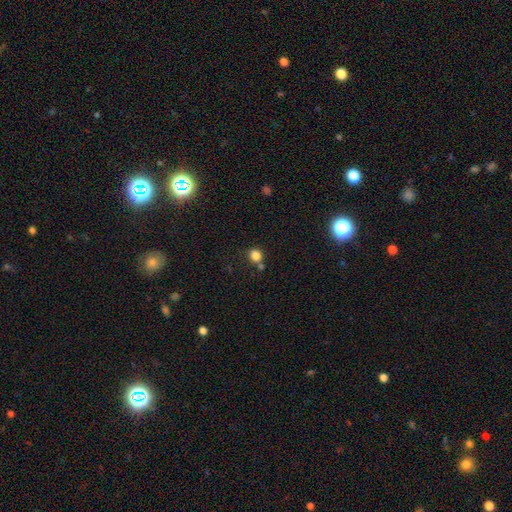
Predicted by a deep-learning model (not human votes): A smooth galaxy with no disk features (82%) that is round (76%).

Vote fractions:
- Smooth or featured? smooth: 82% / star or artifact: 13% / featured or disk: 5%
- How rounded? round: 76% / in between: 23% / cigar-shaped: 1%
- Merging? none: 67% / merger: 17% / minor disturbance: 12% / major disturbance: 4%